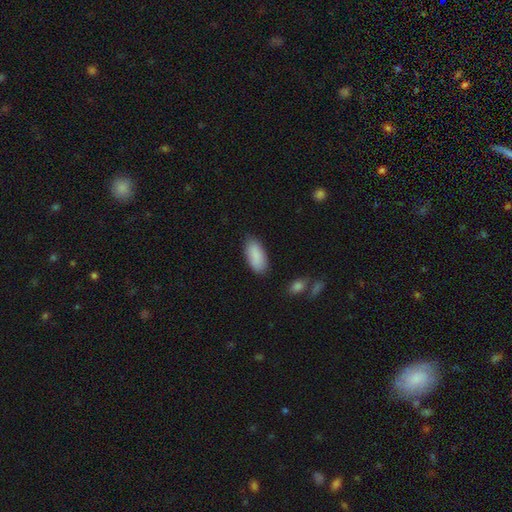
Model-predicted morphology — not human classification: smooth-or-featured: smooth: 89% | star or artifact: 6% | featured or disk: 5%
  how-rounded: in between: 91% | cigar-shaped: 7% | round: 2%
  merging: none: 82% | minor disturbance: 14% | major disturbance: 3% | merger: 2%